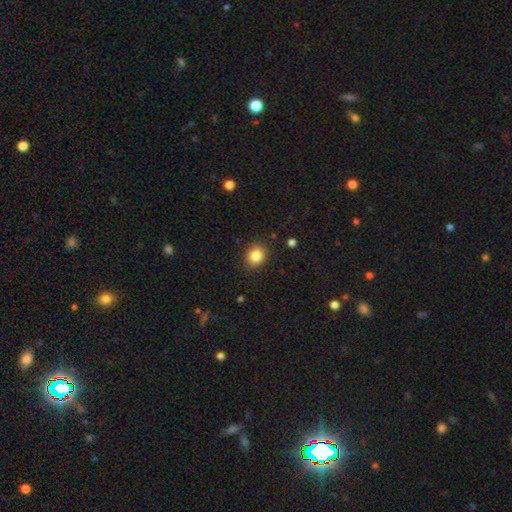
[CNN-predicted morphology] smooth_or_featured: smooth (p=0.84) [alt: star or artifact p=0.10]
how_rounded: round (p=0.67) [alt: in between p=0.32]
merging: none (p=0.89) [alt: minor disturbance p=0.08]